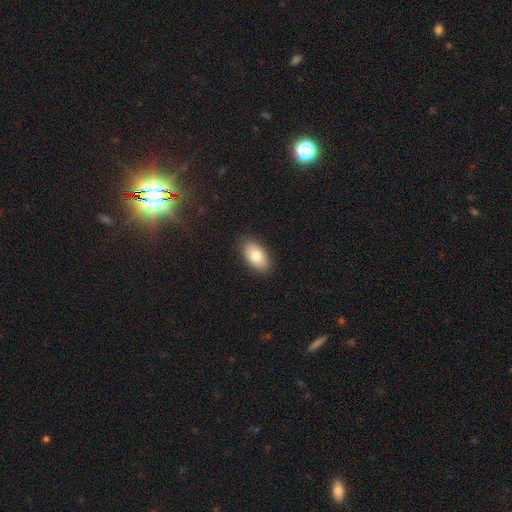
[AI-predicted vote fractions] smooth_or_featured: smooth (p=0.78) [alt: featured or disk p=0.15]
how_rounded: in between (p=0.93) [alt: round p=0.05]
merging: none (p=0.88) [alt: minor disturbance p=0.09]